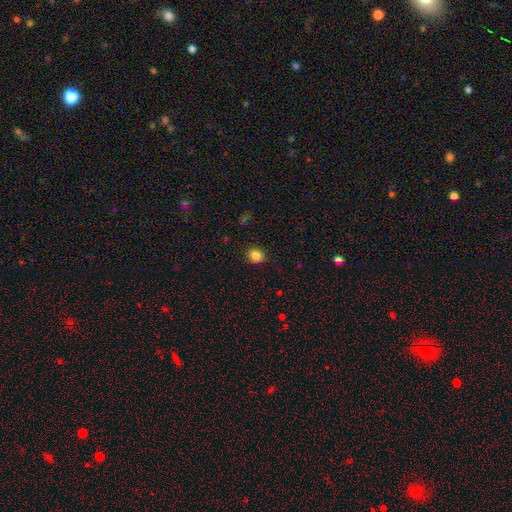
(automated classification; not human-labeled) Q: Smooth or featured?
A: smooth (84%); runner-up: star or artifact (11%)
Q: How rounded?
A: round (65%); runner-up: in between (34%)
Q: Merging?
A: none (89%); runner-up: minor disturbance (8%)